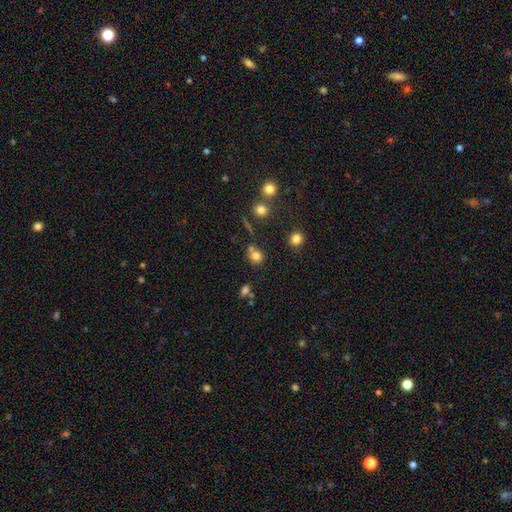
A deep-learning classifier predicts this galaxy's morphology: Smooth or featured: smooth — 75% (star or artifact — 16%)
How rounded: round — 77% (in between — 22%)
Merging: none — 59% (merger — 25%)